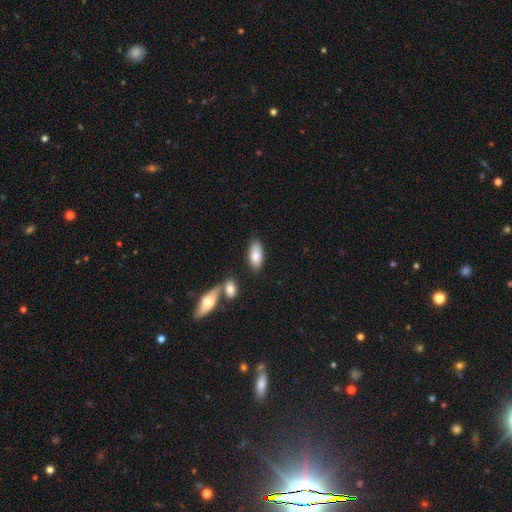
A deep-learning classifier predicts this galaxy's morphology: A smooth galaxy with no disk features (81%) that is in between round and cigar-shaped (87%). Merging: none (71%).